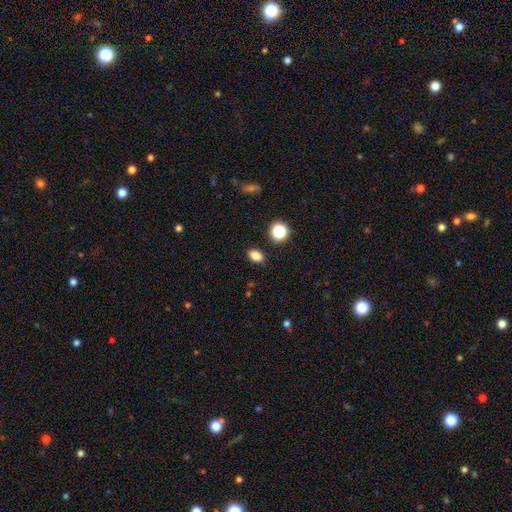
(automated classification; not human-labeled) This appears to be a smooth galaxy with no disk features (83%) that is in between round and cigar-shaped (78%). Merging: none (86%).